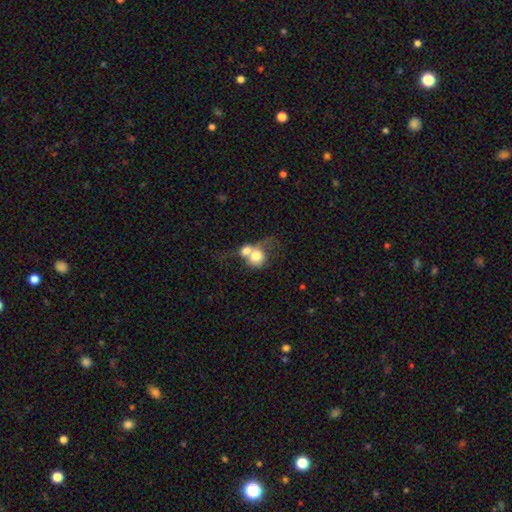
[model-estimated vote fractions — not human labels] Morphology: type=smooth (67%); roundness=round (69%); merging=merger (74%).